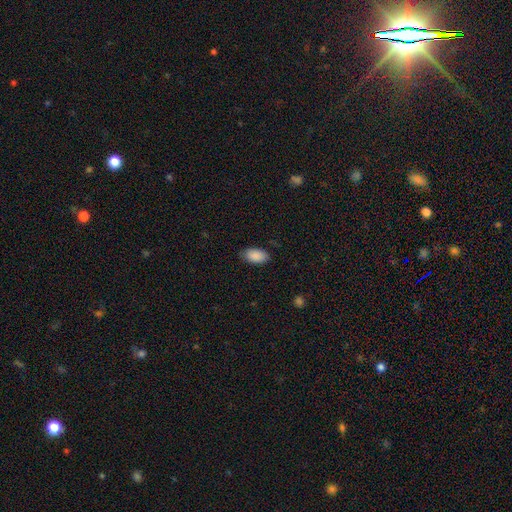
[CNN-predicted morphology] smooth 90%, star or artifact 7%, featured or disk 4%. Down the decision tree: how rounded — in between (94%); merging — none (83%).